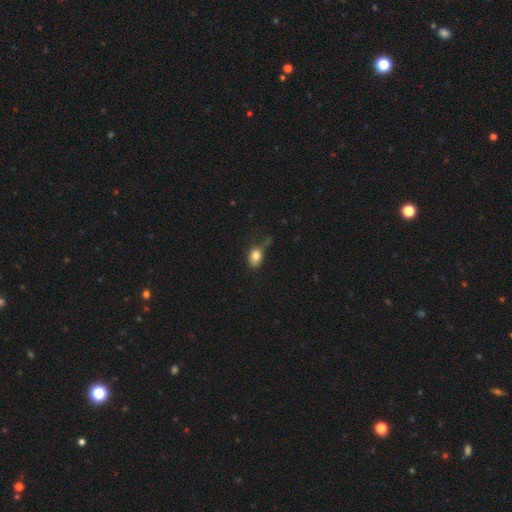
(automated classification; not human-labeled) A smooth galaxy with no disk features (81%) that is in between round and cigar-shaped (70%).

Vote fractions:
- Smooth or featured? smooth: 81% / star or artifact: 10% / featured or disk: 9%
- How rounded? in between: 70% / round: 28% / cigar-shaped: 2%
- Merging? none: 43% / minor disturbance: 34% / major disturbance: 17% / merger: 6%